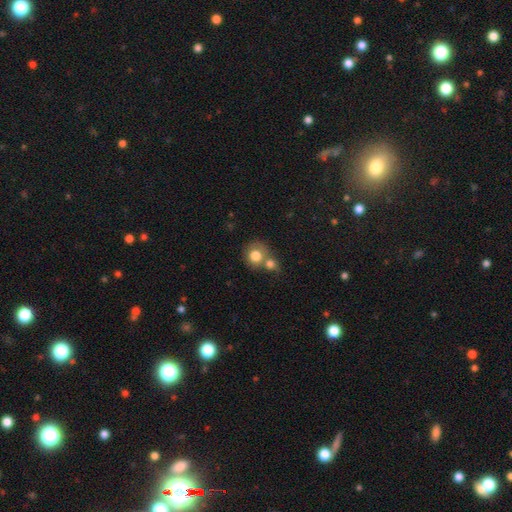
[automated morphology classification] Smooth or featured? smooth (77%)
How rounded? round (80%)
Merging? merger (50%)